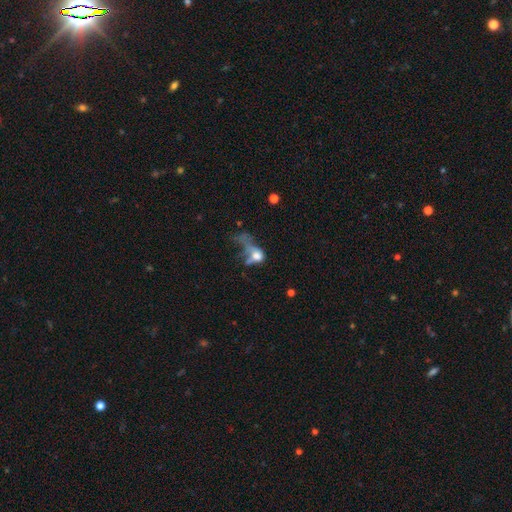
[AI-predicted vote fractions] smooth-or-featured: smooth: 51% | featured or disk: 34% | star or artifact: 15%
  how-rounded: in between: 63% | round: 31% | cigar-shaped: 6%
  merging: major disturbance: 55% | merger: 22% | none: 13% | minor disturbance: 9%